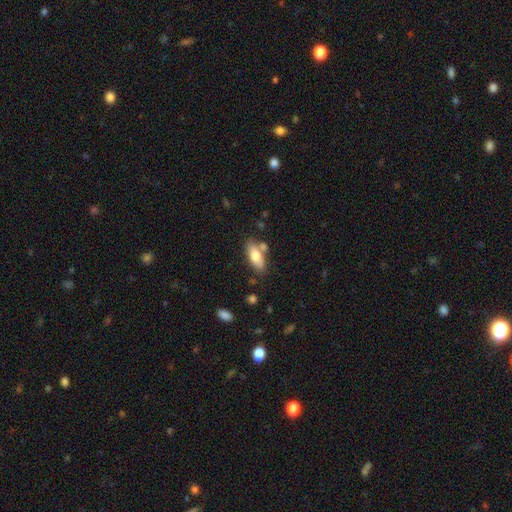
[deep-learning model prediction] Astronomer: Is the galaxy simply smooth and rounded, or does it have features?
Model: smooth — 74%.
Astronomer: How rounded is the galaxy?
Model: in between — 81%.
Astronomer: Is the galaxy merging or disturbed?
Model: none — 67%.